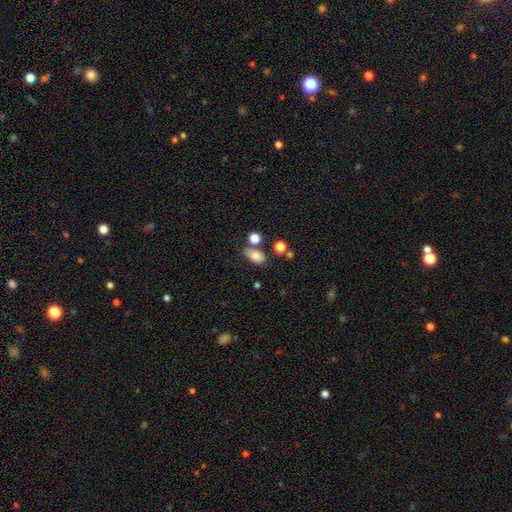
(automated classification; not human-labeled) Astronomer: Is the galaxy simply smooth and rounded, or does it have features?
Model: smooth — 79%.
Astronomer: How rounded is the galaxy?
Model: in between — 84%.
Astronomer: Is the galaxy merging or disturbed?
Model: none — 58%.